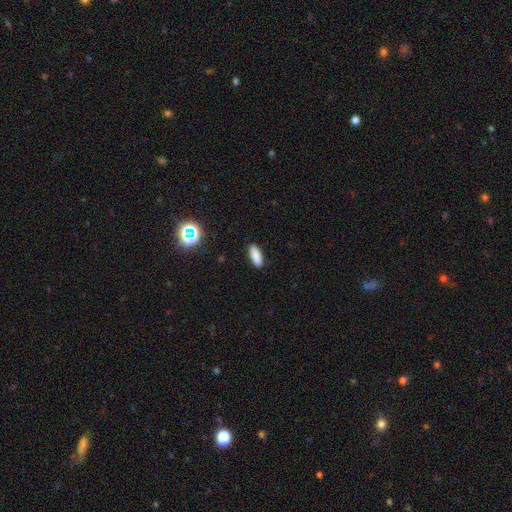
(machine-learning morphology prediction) A smooth galaxy with no disk features (86%) that is in between round and cigar-shaped (66%).

Vote fractions:
- Smooth or featured? smooth: 86% / star or artifact: 9% / featured or disk: 5%
- How rounded? in between: 66% / cigar-shaped: 32% / round: 2%
- Merging? none: 89% / minor disturbance: 8% / major disturbance: 2% / merger: 1%